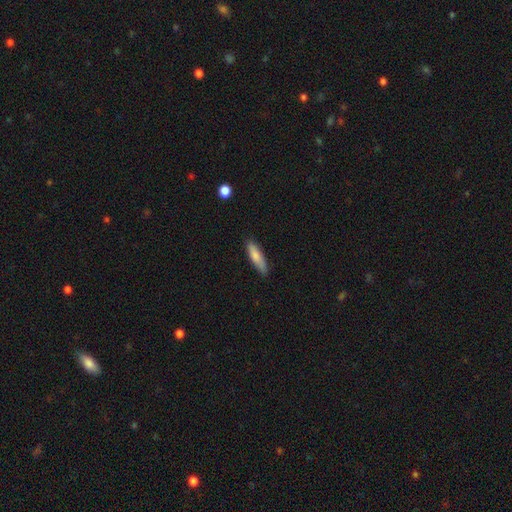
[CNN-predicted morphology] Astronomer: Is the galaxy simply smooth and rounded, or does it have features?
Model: smooth — 79%.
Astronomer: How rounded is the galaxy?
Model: cigar-shaped — 70%.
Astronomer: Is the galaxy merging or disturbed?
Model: none — 82%.